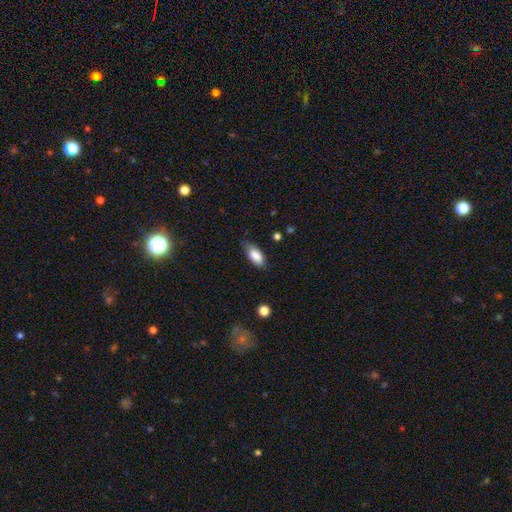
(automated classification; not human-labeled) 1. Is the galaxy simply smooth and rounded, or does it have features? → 85% smooth, 8% featured or disk, 7% star or artifact.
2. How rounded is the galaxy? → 87% in between, 11% cigar-shaped, 3% round.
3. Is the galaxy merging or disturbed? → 65% none, 28% minor disturbance, 5% major disturbance, 2% merger.